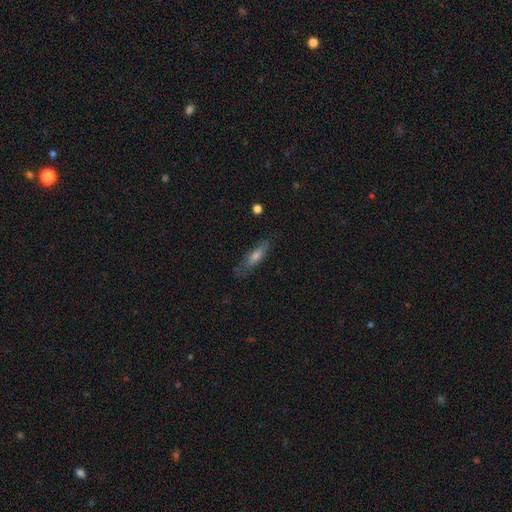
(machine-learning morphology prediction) Smooth or featured?
  - smooth: 50% *
  - featured or disk: 40%
  - star or artifact: 9%
How rounded?
  - cigar-shaped: 66% *
  - in between: 32%
  - round: 2%
Merging?
  - none: 74% *
  - minor disturbance: 19%
  - major disturbance: 5%
  - merger: 2%